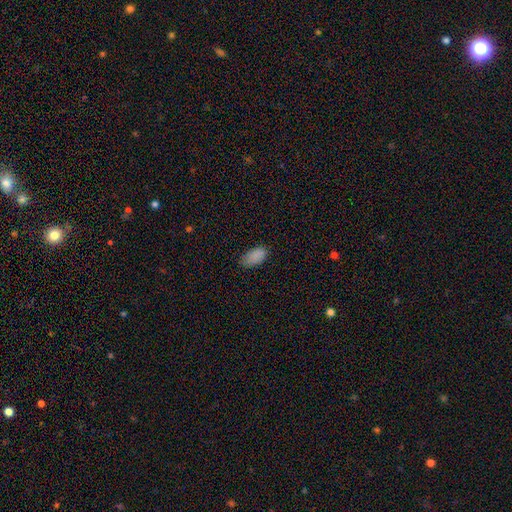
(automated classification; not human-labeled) Smooth or featured?
  - smooth: 87% *
  - star or artifact: 9%
  - featured or disk: 4%
How rounded?
  - in between: 94% *
  - round: 4%
  - cigar-shaped: 2%
Merging?
  - none: 73% *
  - minor disturbance: 22%
  - major disturbance: 4%
  - merger: 1%